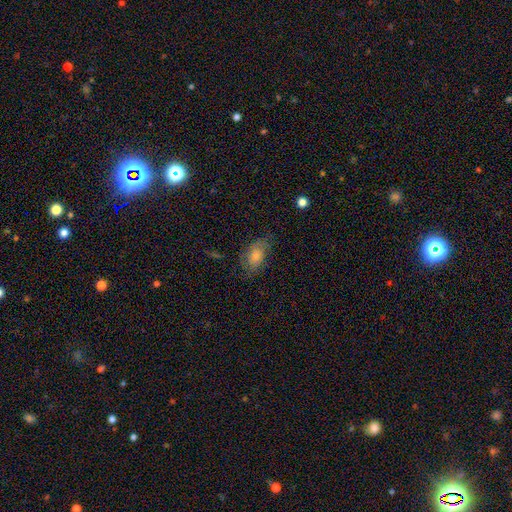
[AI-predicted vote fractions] The model was most divided on "smooth or featured": smooth: 52%, featured or disk: 33%, star or artifact: 15%. More confident: how rounded — in between (83%); merging — none (65%).